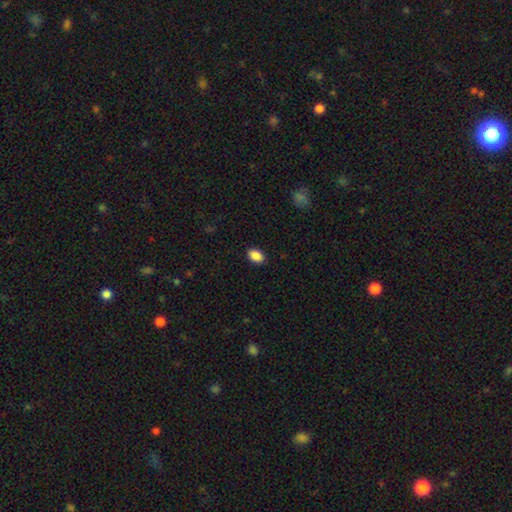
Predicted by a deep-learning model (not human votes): Smooth or featured?
  - smooth: 89% *
  - star or artifact: 8%
  - featured or disk: 3%
How rounded?
  - in between: 85% *
  - round: 14%
  - cigar-shaped: 1%
Merging?
  - none: 89% *
  - minor disturbance: 8%
  - major disturbance: 2%
  - merger: 1%